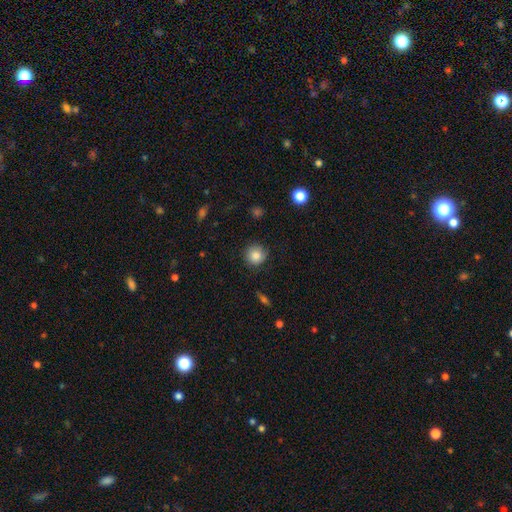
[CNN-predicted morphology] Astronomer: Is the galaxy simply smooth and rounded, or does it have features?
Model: smooth — 84%.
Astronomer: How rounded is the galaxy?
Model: round — 92%.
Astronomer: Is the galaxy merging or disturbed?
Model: none — 82%.